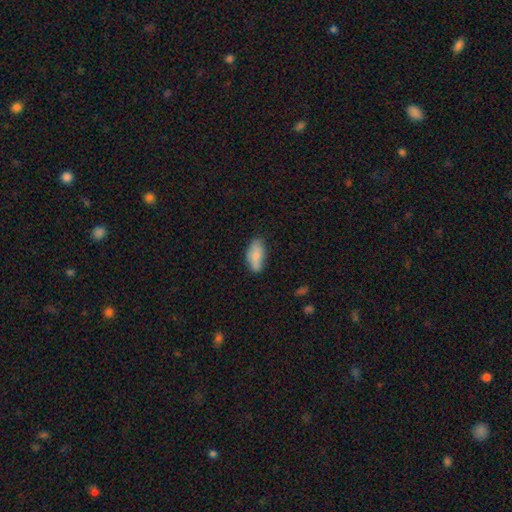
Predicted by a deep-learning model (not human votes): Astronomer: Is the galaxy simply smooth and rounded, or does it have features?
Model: smooth — 79%.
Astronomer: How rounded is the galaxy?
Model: in between — 87%.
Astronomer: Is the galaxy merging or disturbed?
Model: none — 66%.